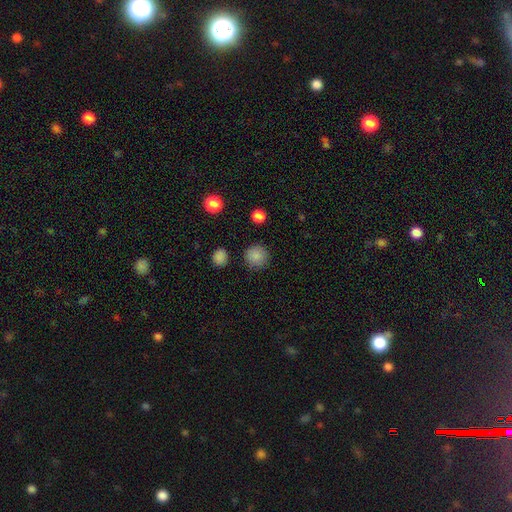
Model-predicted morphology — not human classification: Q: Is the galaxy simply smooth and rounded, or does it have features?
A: smooth — 86%.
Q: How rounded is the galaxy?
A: round — 94%.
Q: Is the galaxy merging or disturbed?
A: none — 88%.